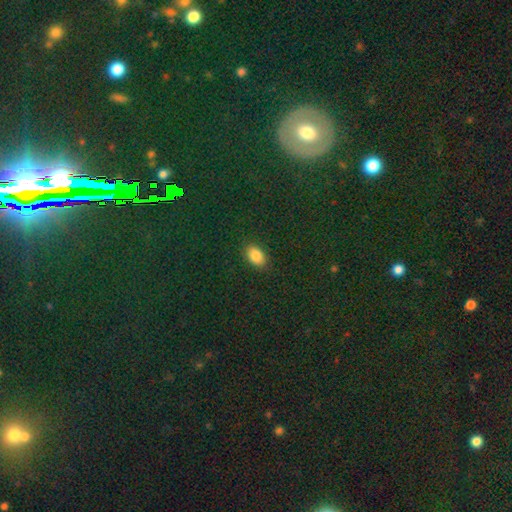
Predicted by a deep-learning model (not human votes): Overall: smooth (83%). How rounded: in between (88%). Merging: none (87%).